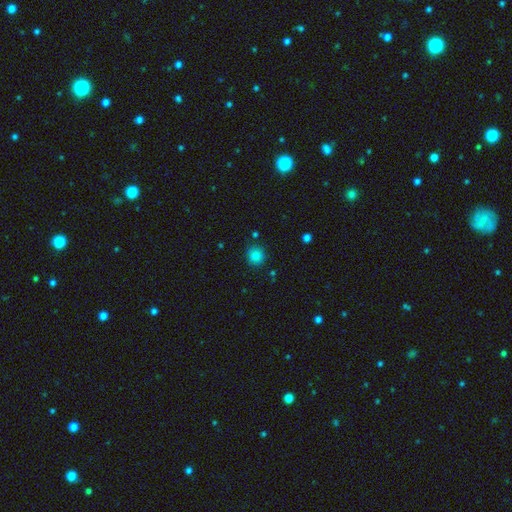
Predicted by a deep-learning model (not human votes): This is clearly a smooth galaxy (84%). How rounded: clearly round (88%). Merging: clearly none (85%).